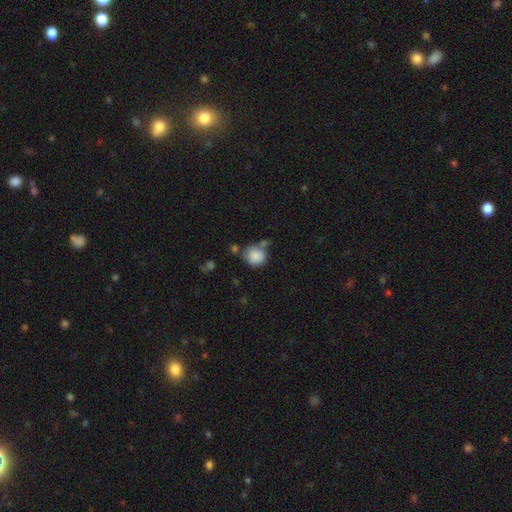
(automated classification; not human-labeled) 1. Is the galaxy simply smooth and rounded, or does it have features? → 86% smooth, 8% star or artifact, 6% featured or disk.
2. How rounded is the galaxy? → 87% round, 12% in between, 1% cigar-shaped.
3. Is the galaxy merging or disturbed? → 57% none, 19% minor disturbance, 17% merger, 6% major disturbance.